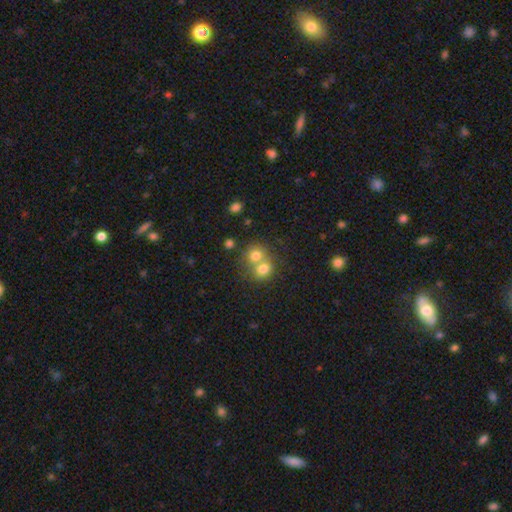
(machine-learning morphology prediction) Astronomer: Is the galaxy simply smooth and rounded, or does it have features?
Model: smooth — 74%.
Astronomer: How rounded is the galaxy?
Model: round — 69%.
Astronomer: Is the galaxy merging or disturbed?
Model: merger — 62%.